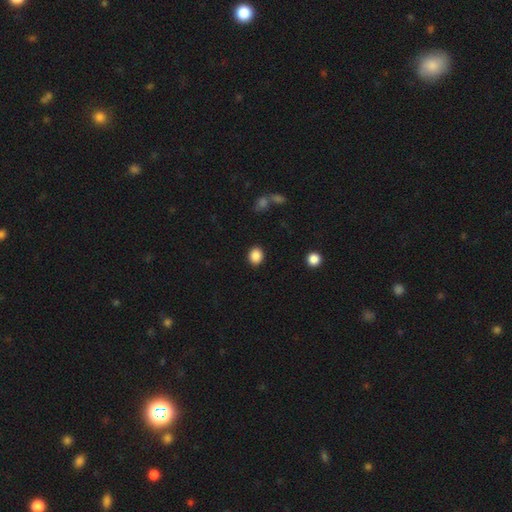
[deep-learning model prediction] Q: Smooth or featured?
A: smooth (88%); runner-up: star or artifact (9%)
Q: How rounded?
A: round (63%); runner-up: in between (36%)
Q: Merging?
A: none (90%); runner-up: minor disturbance (6%)